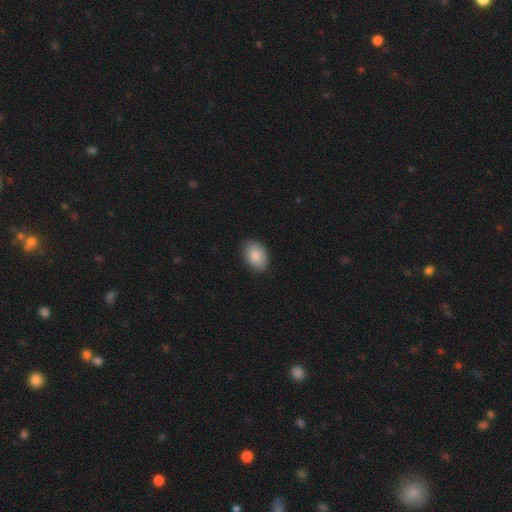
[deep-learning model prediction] This is clearly a smooth galaxy (87%). How rounded: clearly in between (84%). Merging: clearly none (85%).